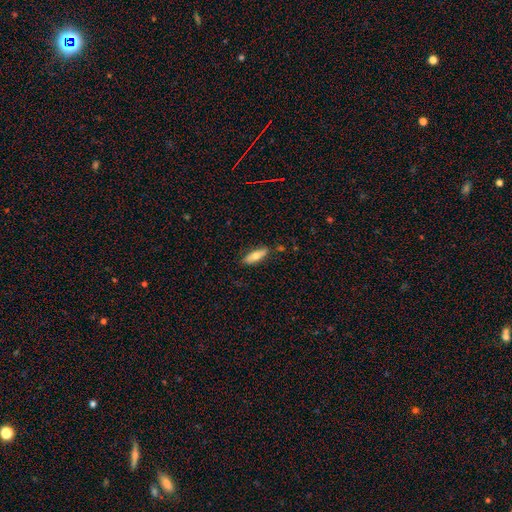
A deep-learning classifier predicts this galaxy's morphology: A smooth galaxy with no disk features (67%) that is in between round and cigar-shaped (56%). Merging: none (80%).